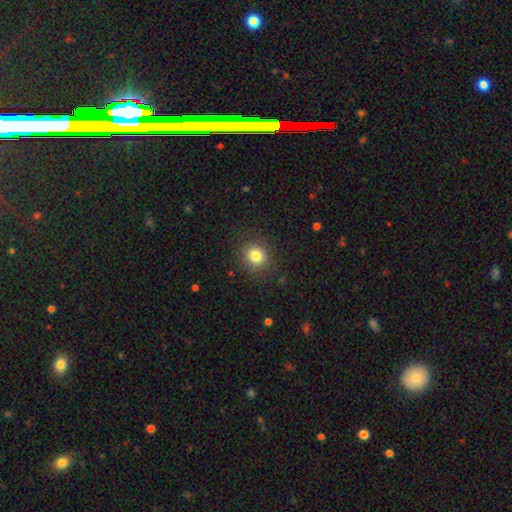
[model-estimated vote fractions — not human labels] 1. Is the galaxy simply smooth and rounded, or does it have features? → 81% smooth, 12% star or artifact, 6% featured or disk.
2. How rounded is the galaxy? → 89% round, 11% in between, 1% cigar-shaped.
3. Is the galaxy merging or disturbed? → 89% none, 7% minor disturbance, 3% major disturbance, 1% merger.